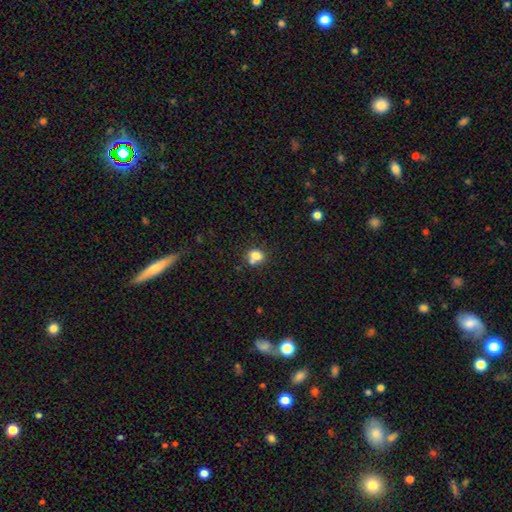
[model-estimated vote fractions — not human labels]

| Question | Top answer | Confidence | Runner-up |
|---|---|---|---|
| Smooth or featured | smooth | 77% | star or artifact (11%) |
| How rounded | round | 64% | in between (35%) |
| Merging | none | 50% | merger (31%) |